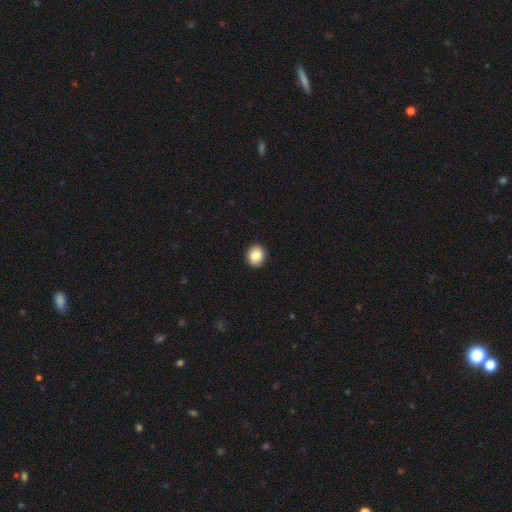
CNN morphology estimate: This is clearly a smooth galaxy (86%). How rounded: likely round (76%). Merging: clearly none (92%).